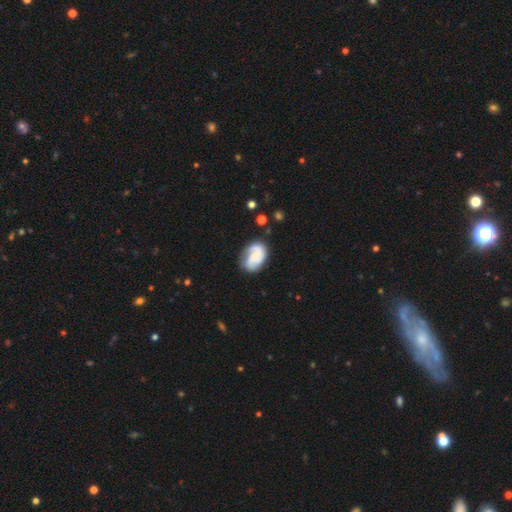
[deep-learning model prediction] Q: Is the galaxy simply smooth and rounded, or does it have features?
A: featured or disk — 70%.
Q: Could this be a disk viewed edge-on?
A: no — 98%.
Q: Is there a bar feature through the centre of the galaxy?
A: no — 59%.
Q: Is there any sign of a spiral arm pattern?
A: yes — 93%.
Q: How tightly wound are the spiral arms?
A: medium — 41%.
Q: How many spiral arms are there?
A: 2 — 56%.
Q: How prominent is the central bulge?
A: small — 53%.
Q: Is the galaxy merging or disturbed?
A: none — 64%.